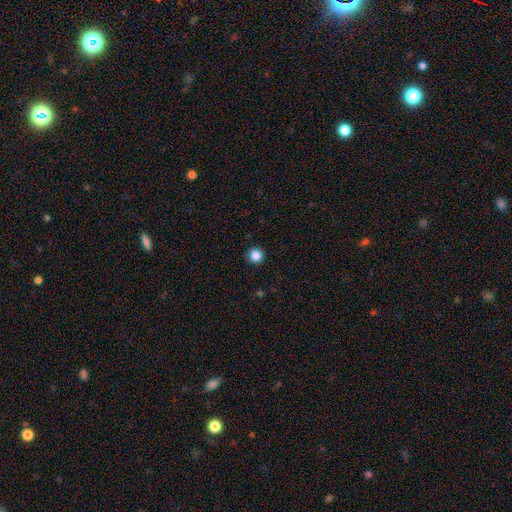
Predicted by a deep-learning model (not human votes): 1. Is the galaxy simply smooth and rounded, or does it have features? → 86% smooth, 11% star or artifact, 4% featured or disk.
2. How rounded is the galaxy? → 96% round, 3% in between, 1% cigar-shaped.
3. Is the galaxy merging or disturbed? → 92% none, 5% minor disturbance, 2% major disturbance, 1% merger.